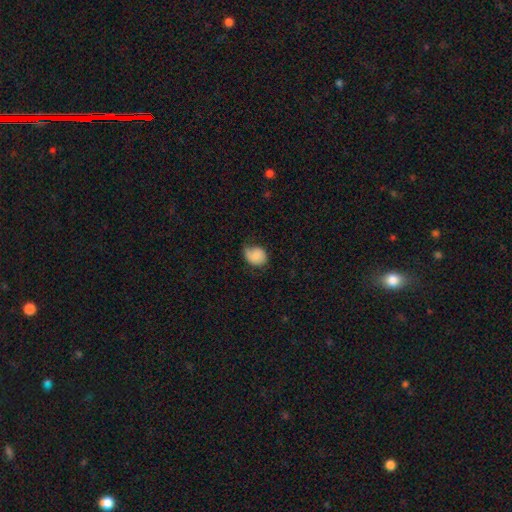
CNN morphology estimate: Smooth or featured?
  - smooth: 80% *
  - featured or disk: 12%
  - star or artifact: 8%
How rounded?
  - round: 55% *
  - in between: 45%
  - cigar-shaped: 1%
Merging?
  - none: 44% *
  - minor disturbance: 39%
  - major disturbance: 15%
  - merger: 2%